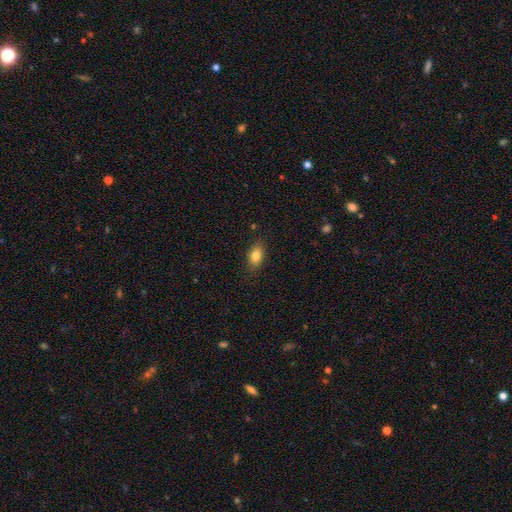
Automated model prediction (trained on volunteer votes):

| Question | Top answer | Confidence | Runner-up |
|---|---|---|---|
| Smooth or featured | smooth | 81% | featured or disk (11%) |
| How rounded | in between | 86% | round (8%) |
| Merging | none | 85% | minor disturbance (12%) |